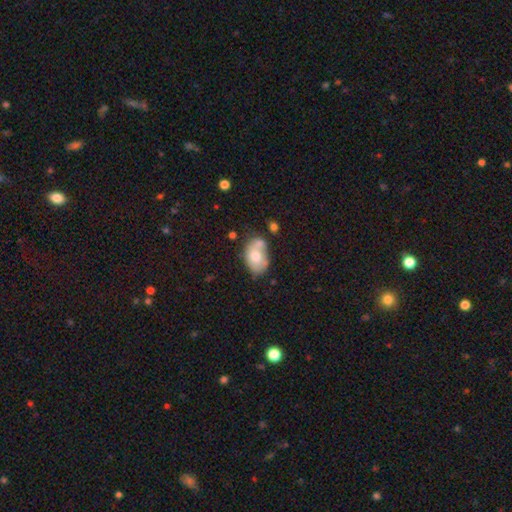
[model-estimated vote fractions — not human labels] smooth-or-featured: smooth: 65% | featured or disk: 28% | star or artifact: 7%
  how-rounded: in between: 86% | round: 13% | cigar-shaped: 1%
  merging: none: 39% | merger: 28% | minor disturbance: 24% | major disturbance: 9%